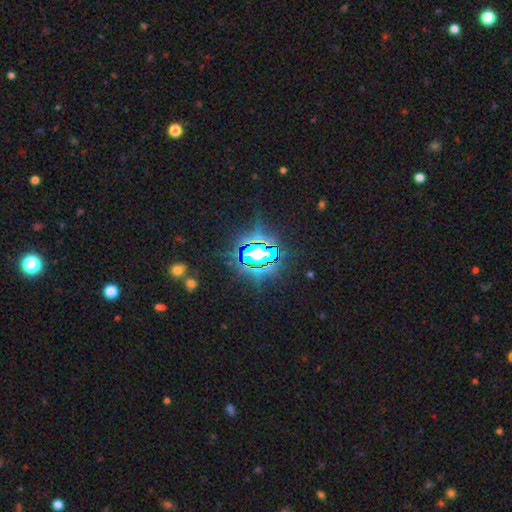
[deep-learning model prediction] Smooth or featured? Predicted: star or artifact (p=0.75).